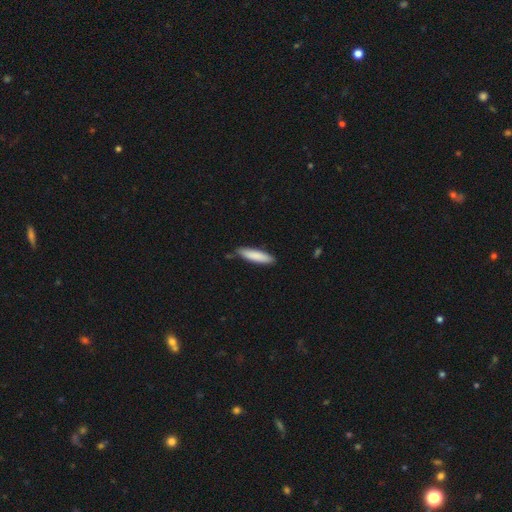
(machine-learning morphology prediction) Smooth or featured? smooth (85%)
How rounded? cigar-shaped (76%)
Merging? none (83%)